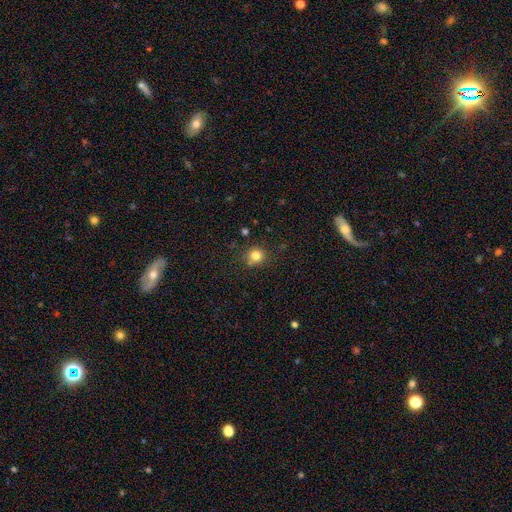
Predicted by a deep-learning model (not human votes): Smooth or featured: smooth — 81% (star or artifact — 13%)
How rounded: round — 87% (in between — 12%)
Merging: none — 77% (minor disturbance — 11%)